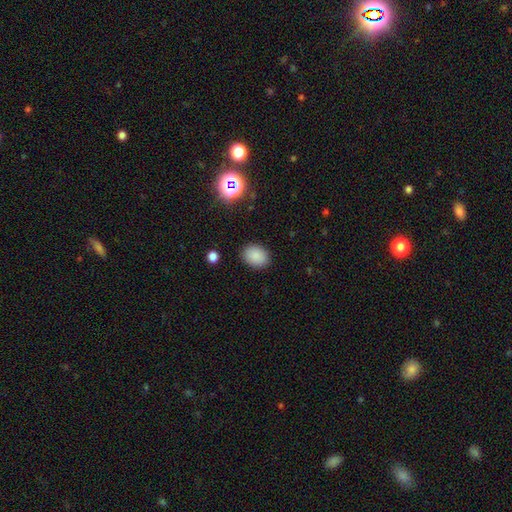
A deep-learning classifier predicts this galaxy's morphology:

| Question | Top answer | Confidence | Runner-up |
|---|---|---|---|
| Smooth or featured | smooth | 86% | star or artifact (10%) |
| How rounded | in between | 64% | round (35%) |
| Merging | none | 88% | minor disturbance (8%) |